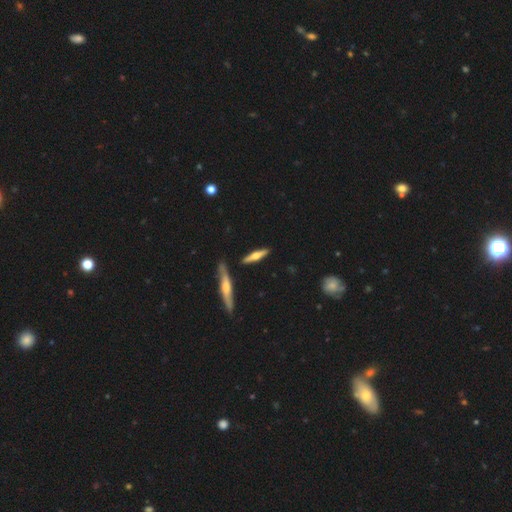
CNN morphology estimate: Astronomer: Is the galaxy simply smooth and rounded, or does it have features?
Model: featured or disk — 59% (runner-up: smooth, 36%).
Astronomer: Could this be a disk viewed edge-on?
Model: yes — 95%.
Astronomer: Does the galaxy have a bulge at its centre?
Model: rounded — 89%.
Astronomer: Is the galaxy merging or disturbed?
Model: none — 86%.